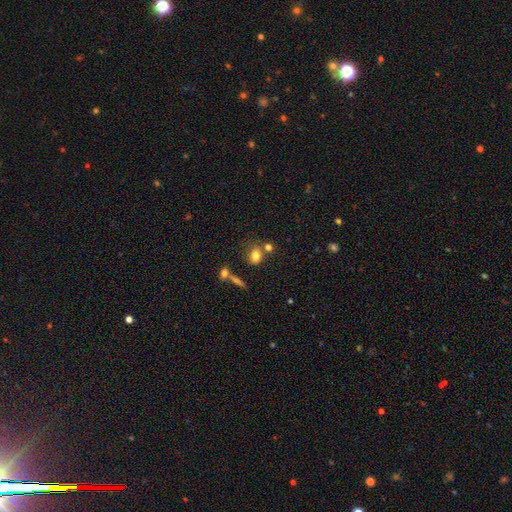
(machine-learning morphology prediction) smooth_or_featured: smooth (p=0.76) [alt: star or artifact p=0.12]
how_rounded: in between (p=0.50) [alt: round p=0.48]
merging: none (p=0.56) [alt: merger p=0.23]